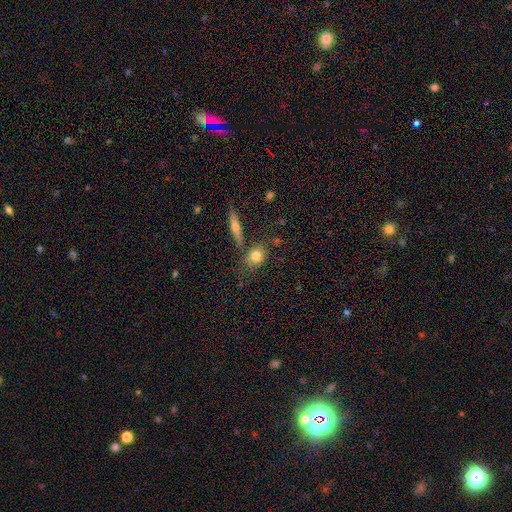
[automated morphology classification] A smooth galaxy with no disk features (79%) that is round (58%). Merging: none (71%).